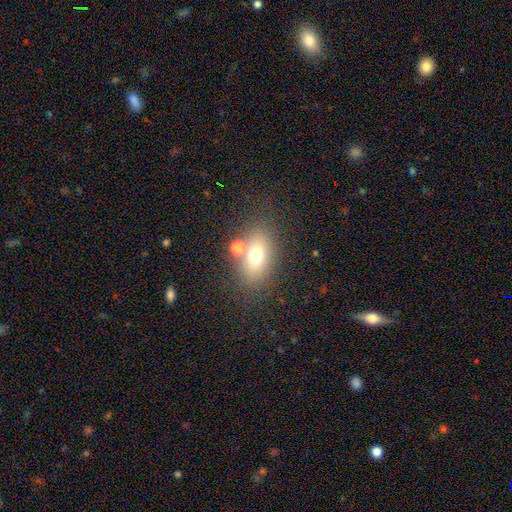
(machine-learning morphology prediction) type=smooth (68%); roundness=in between (78%); merging=none (65%).